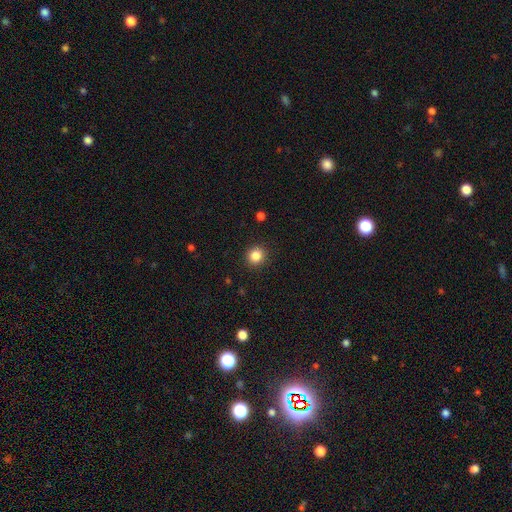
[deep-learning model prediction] smooth 85%, star or artifact 11%, featured or disk 4%. Down the decision tree: how rounded — round (90%); merging — none (91%).